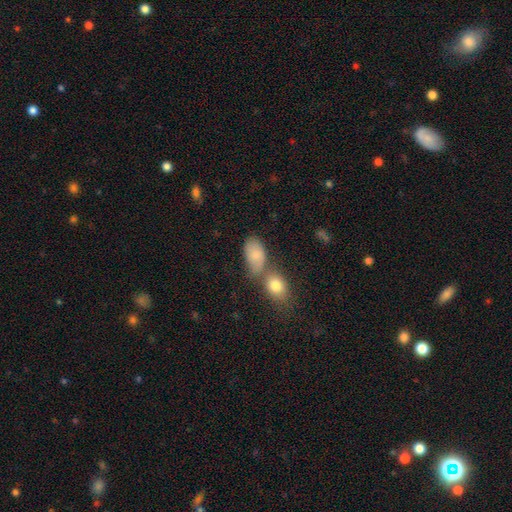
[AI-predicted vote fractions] A smooth galaxy with no disk features (80%) that is in between round and cigar-shaped (90%).

Vote fractions:
- Smooth or featured? smooth: 80% / featured or disk: 11% / star or artifact: 9%
- How rounded? in between: 90% / round: 7% / cigar-shaped: 2%
- Merging? merger: 43% / none: 39% / minor disturbance: 13% / major disturbance: 5%